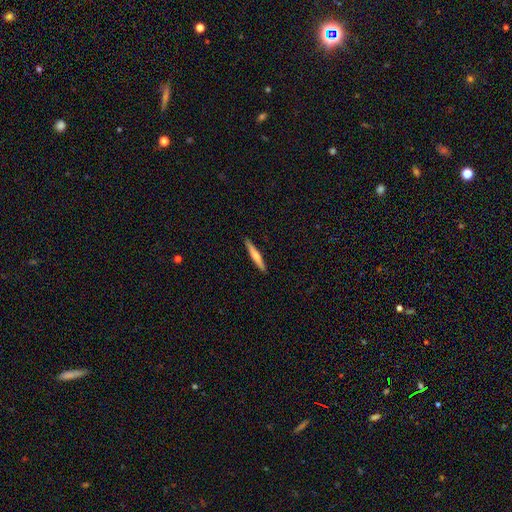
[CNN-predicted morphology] Smooth or featured: smooth — 55% (featured or disk — 40%)
How rounded: cigar-shaped — 94% (in between — 5%)
Merging: none — 91% (minor disturbance — 6%)